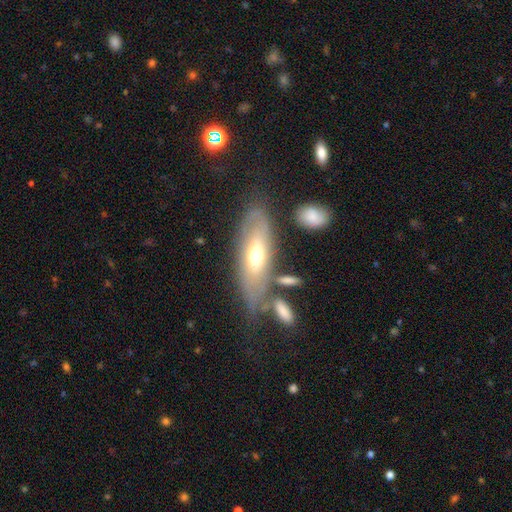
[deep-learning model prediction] A featured or disk galaxy (55%).

Vote fractions:
- Smooth or featured? featured or disk: 55% / smooth: 39% / star or artifact: 7%
- Edge-on disk? no: 67% / yes: 33%
- Merging? none: 60% / minor disturbance: 22% / major disturbance: 9% / merger: 9%